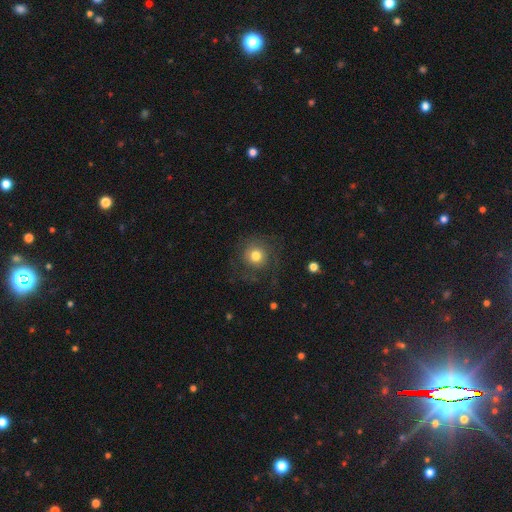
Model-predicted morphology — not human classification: A smooth galaxy with no disk features (65%) that is round (93%). Merging: none (71%).